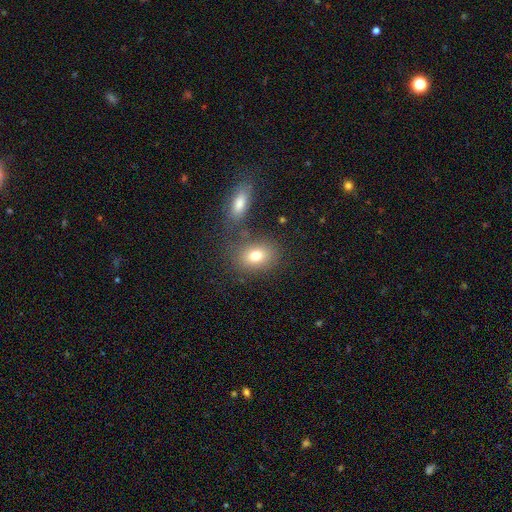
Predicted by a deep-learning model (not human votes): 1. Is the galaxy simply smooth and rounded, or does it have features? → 77% smooth, 12% featured or disk, 11% star or artifact.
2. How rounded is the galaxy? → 67% in between, 31% round, 2% cigar-shaped.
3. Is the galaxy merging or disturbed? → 69% none, 14% merger, 12% minor disturbance, 5% major disturbance.